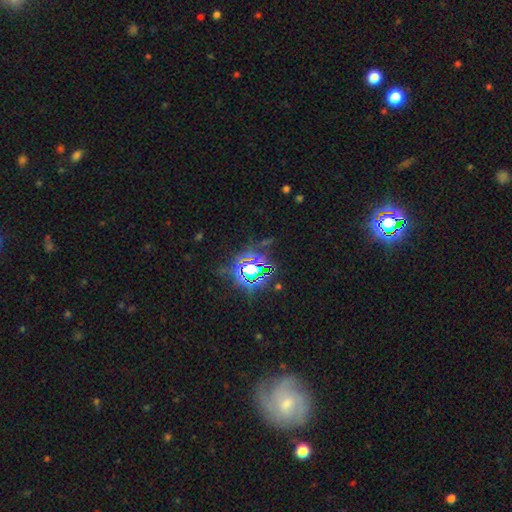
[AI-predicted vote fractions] smooth_or_featured: star or artifact (p=0.62) [alt: featured or disk p=0.21]